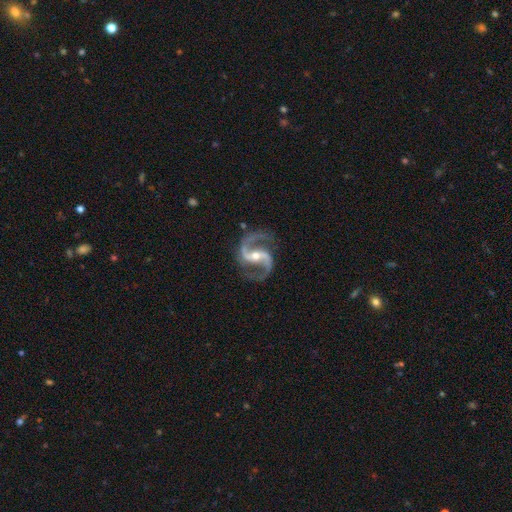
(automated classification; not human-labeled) Smooth or featured? featured or disk (94%)
Edge-on disk? no (98%)
Bar? strong (47%)
Spiral arms? yes (99%)
Spiral winding? medium (62%)
Spiral arm count? 2 (95%)
Bulge size? moderate (50%)
Merging? none (83%)